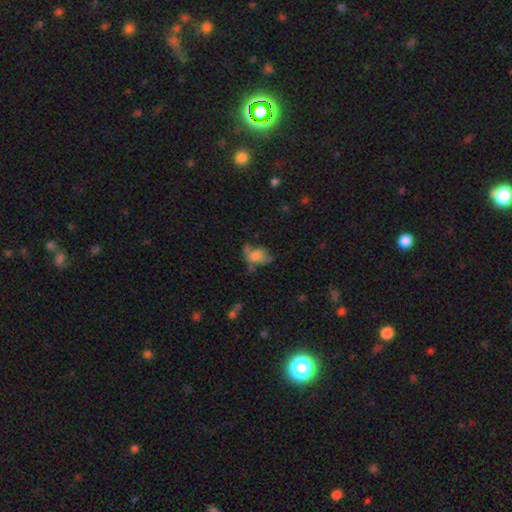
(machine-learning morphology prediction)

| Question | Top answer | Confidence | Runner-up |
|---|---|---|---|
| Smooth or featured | smooth | 60% | featured or disk (29%) |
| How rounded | in between | 78% | round (19%) |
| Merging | none | 33% | major disturbance (30%) |